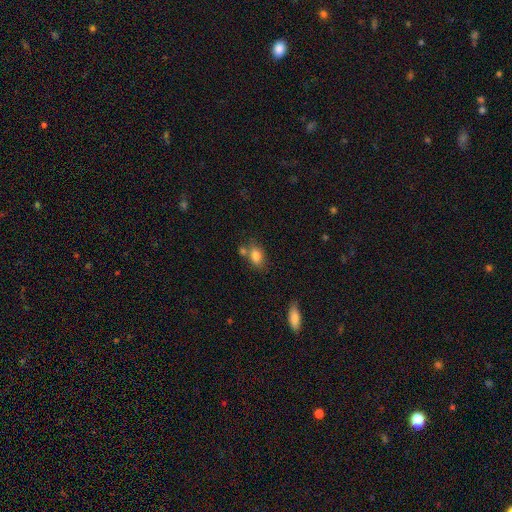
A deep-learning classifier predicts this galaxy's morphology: smooth_or_featured: smooth (p=0.82) [alt: star or artifact p=0.09]
how_rounded: in between (p=0.79) [alt: round p=0.19]
merging: none (p=0.58) [alt: merger p=0.22]